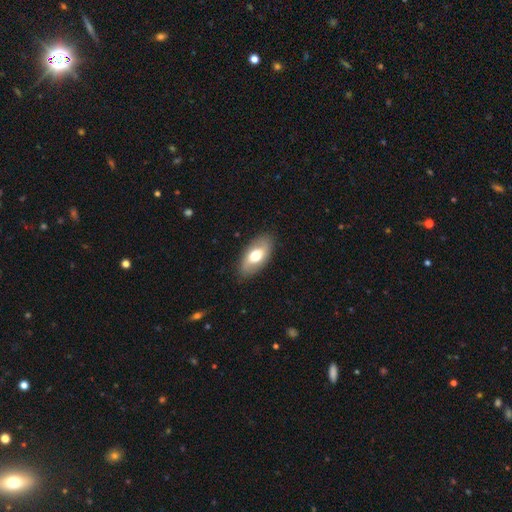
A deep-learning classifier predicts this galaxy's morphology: The model was most divided on "smooth or featured": smooth: 59%, featured or disk: 36%, star or artifact: 6%. More confident: how rounded — in between (91%); merging — none (86%).